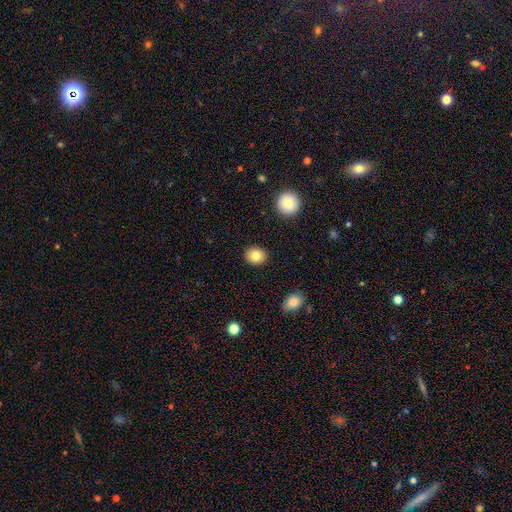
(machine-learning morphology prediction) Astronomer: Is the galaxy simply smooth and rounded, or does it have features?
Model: smooth — 81%.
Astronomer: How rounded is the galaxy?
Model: round — 65%.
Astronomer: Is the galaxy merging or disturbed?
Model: none — 90%.